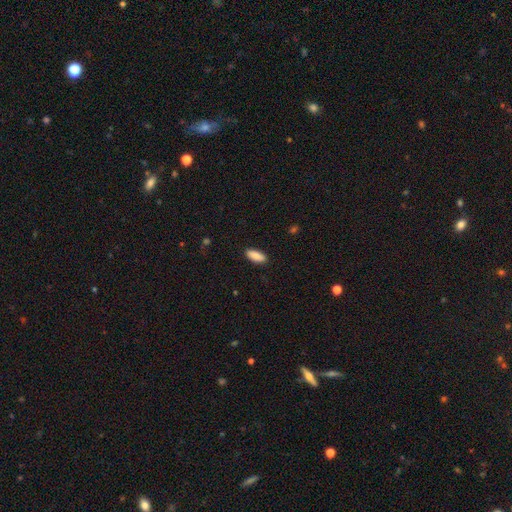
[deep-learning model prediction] Smooth or featured? smooth (90%)
How rounded? in between (77%)
Merging? none (89%)